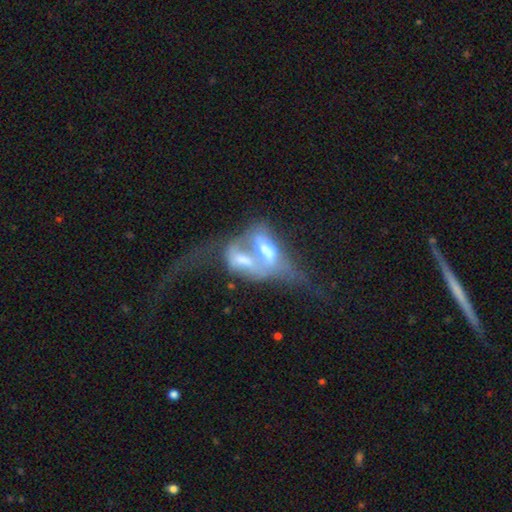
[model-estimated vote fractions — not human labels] Q: Smooth or featured?
A: featured or disk (65%); runner-up: smooth (24%)
Q: Edge-on disk?
A: no (67%); runner-up: yes (33%)
Q: Merging?
A: merger (74%); runner-up: major disturbance (13%)